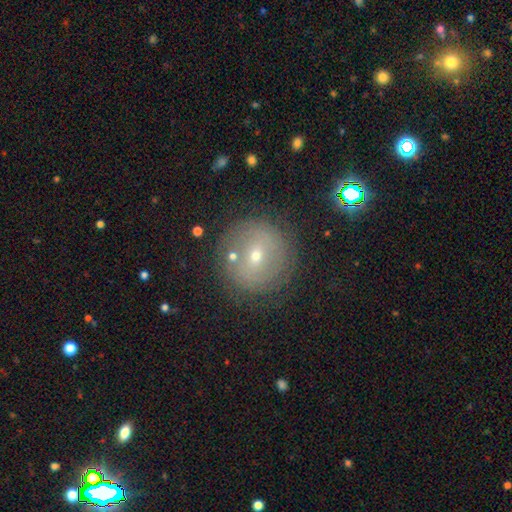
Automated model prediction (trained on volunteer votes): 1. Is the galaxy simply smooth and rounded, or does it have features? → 43% featured or disk, 40% smooth, 17% star or artifact.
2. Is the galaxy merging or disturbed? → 83% none, 10% minor disturbance, 4% major disturbance, 3% merger.